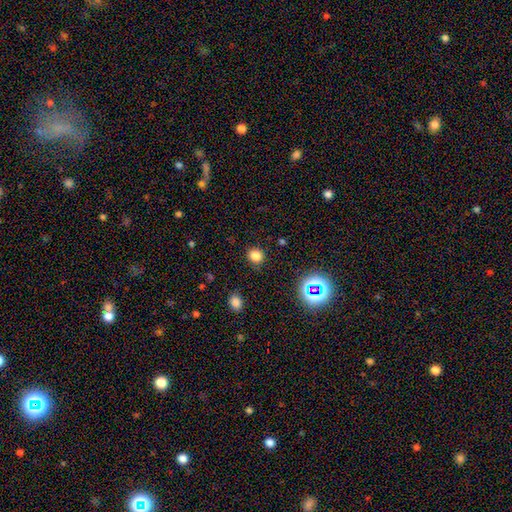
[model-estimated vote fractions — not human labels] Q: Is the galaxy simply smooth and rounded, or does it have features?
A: smooth — 77%.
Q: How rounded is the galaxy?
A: round — 81%.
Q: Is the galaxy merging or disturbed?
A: none — 87%.